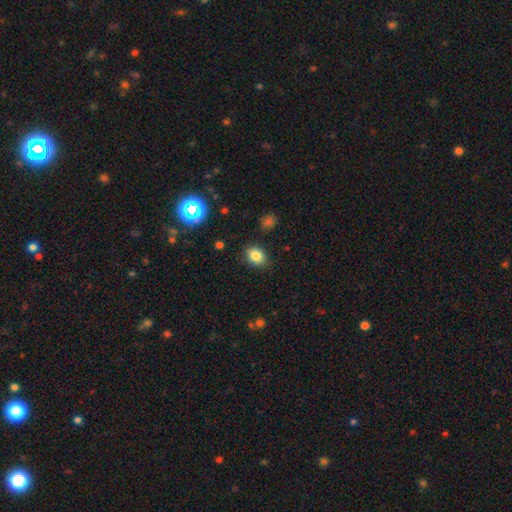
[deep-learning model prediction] Smooth or featured? Predicted: smooth (p=0.82). How rounded? Predicted: in between (p=0.51). Merging? Predicted: none (p=0.86).